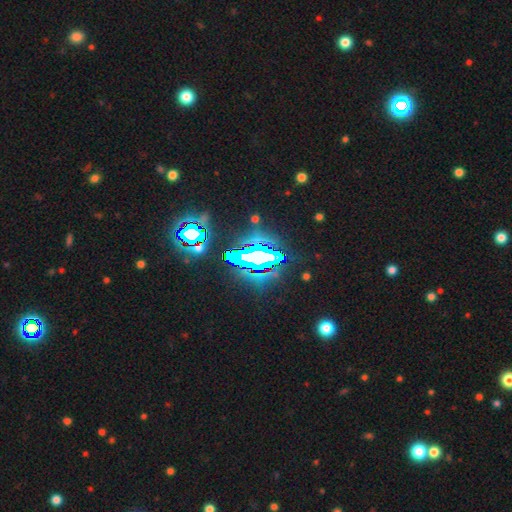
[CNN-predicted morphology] This appears to be a star or artifact, not a galaxy (69%).